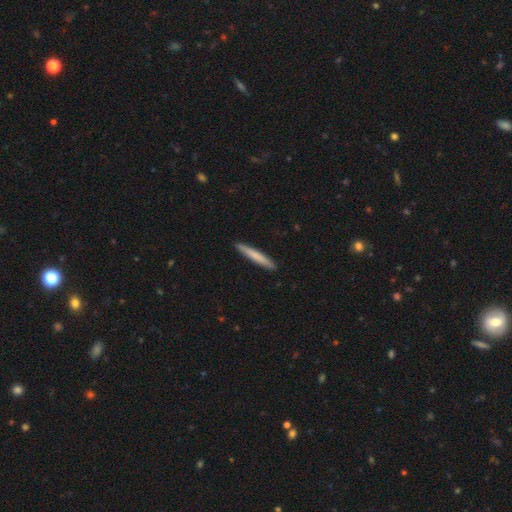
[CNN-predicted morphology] A smooth galaxy with no disk features (72%) that is cigar-shaped (96%).

Vote fractions:
- Smooth or featured? smooth: 72% / featured or disk: 23% / star or artifact: 5%
- How rounded? cigar-shaped: 96% / in between: 3% / round: 1%
- Merging? none: 91% / minor disturbance: 6% / major disturbance: 1% / merger: 1%